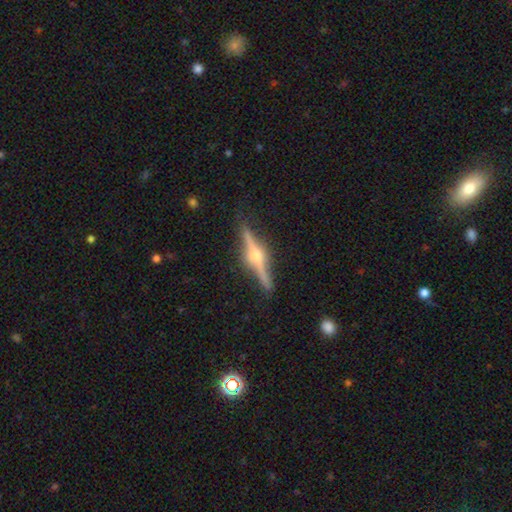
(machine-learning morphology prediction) Smooth or featured: featured or disk — 86% (smooth — 8%)
Edge-on disk: yes — 98% (no — 2%)
Edge-on bulge: rounded — 95% (boxy — 3%)
Merging: none — 88% (minor disturbance — 8%)